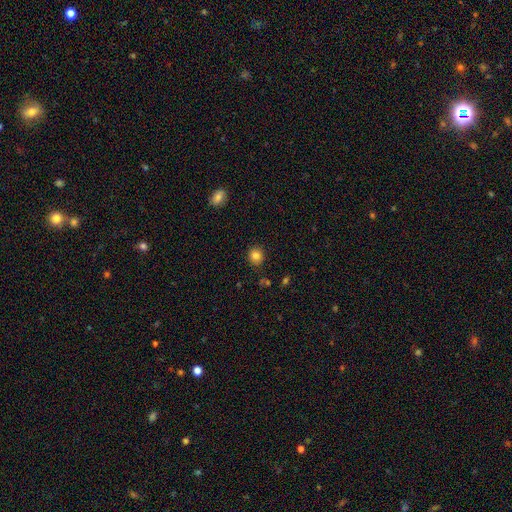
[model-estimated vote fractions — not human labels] smooth 84%, star or artifact 11%, featured or disk 5%. Down the decision tree: how rounded — round (82%); merging — none (88%).